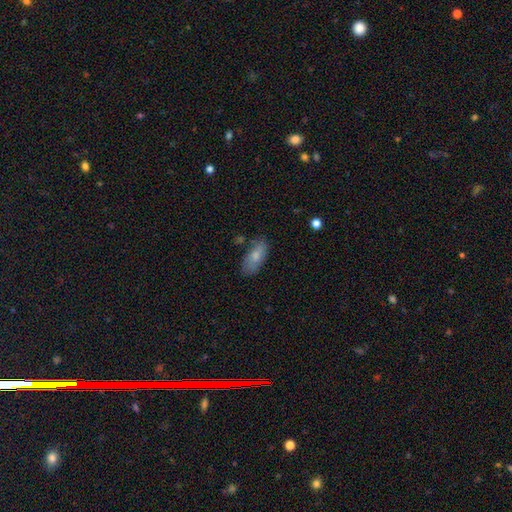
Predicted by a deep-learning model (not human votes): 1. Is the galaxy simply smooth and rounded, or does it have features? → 77% smooth, 16% featured or disk, 7% star or artifact.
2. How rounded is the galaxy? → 87% in between, 10% cigar-shaped, 3% round.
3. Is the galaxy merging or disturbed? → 72% none, 19% minor disturbance, 4% merger, 4% major disturbance.